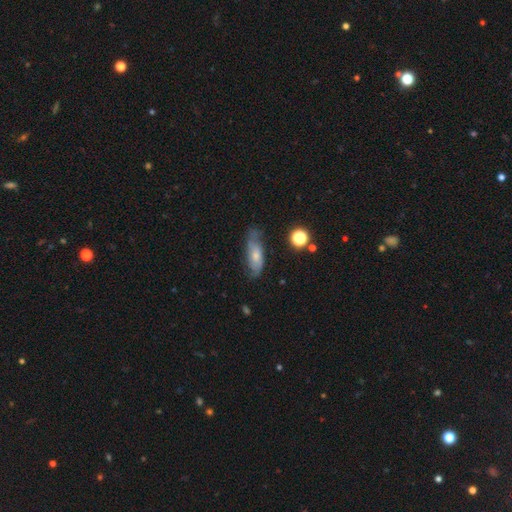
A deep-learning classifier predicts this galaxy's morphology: Q: Smooth or featured?
A: smooth (48%); runner-up: featured or disk (43%)
Q: Merging?
A: none (58%); runner-up: minor disturbance (29%)